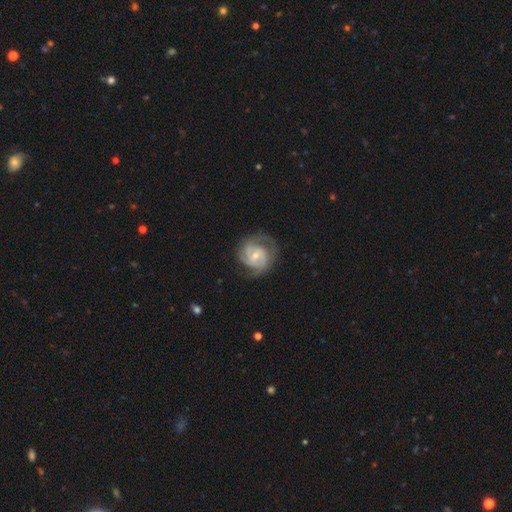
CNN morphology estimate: This is clearly a featured or disk galaxy (86%). It is clearly not viewed edge-on (98%). Bar: possibly weak (45%). Spiral arm pattern: clearly yes (97%). Spiral arm count: marginally 2 (36%). Spiral winding: possibly tight (48%). Central bulge: possibly small (57%). Merging: likely none (72%).